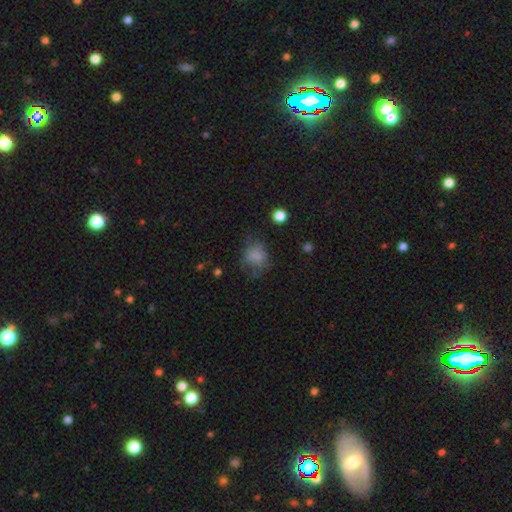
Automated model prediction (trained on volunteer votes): Smooth or featured? smooth (72%)
How rounded? round (58%)
Merging? none (51%)